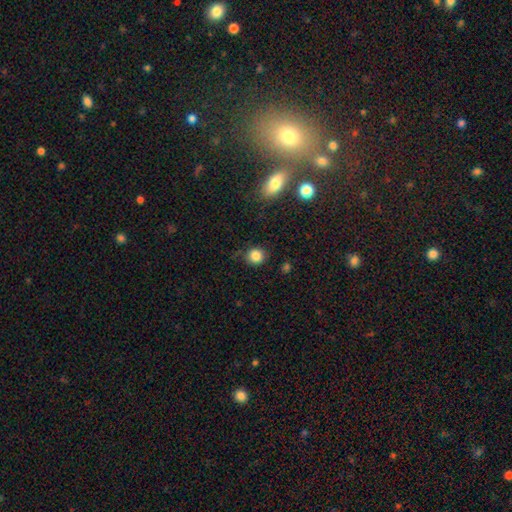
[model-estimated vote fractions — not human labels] Overall: smooth (84%). How rounded: round (84%). Merging: none (82%).